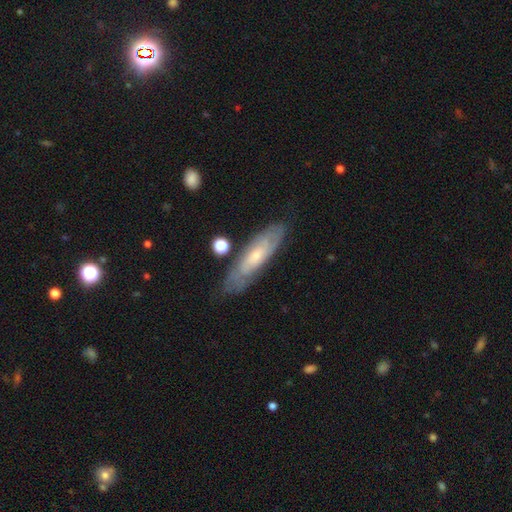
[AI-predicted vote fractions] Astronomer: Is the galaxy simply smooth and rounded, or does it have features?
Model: featured or disk — 63%.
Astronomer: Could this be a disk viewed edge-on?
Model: no — 72%.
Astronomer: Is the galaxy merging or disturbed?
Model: none — 74%.